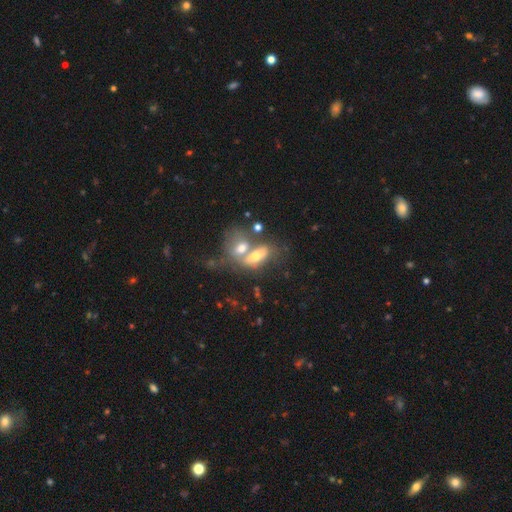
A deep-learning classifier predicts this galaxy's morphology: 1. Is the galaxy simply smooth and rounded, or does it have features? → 54% smooth, 37% featured or disk, 9% star or artifact.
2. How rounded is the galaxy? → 78% in between, 12% cigar-shaped, 10% round.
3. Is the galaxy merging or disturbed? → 66% merger, 19% none, 8% minor disturbance, 7% major disturbance.